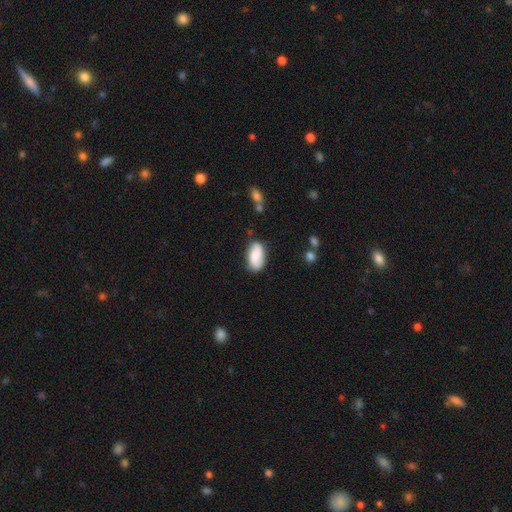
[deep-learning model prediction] smooth 69%, featured or disk 24%, star or artifact 8%. Down the decision tree: how rounded — in between (93%); merging — none (72%).